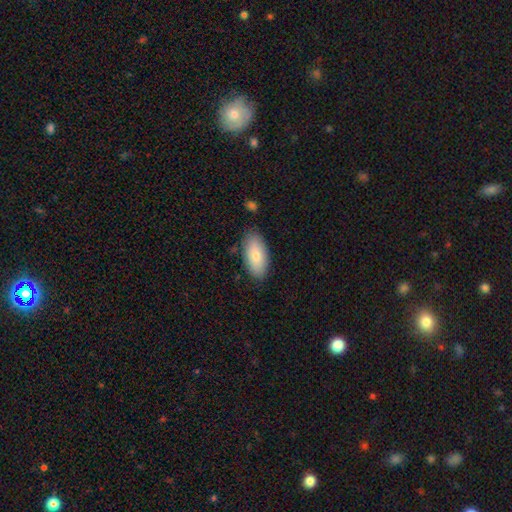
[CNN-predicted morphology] Q: Smooth or featured?
A: smooth (80%); runner-up: featured or disk (14%)
Q: How rounded?
A: in between (92%); runner-up: cigar-shaped (5%)
Q: Merging?
A: none (83%); runner-up: minor disturbance (12%)